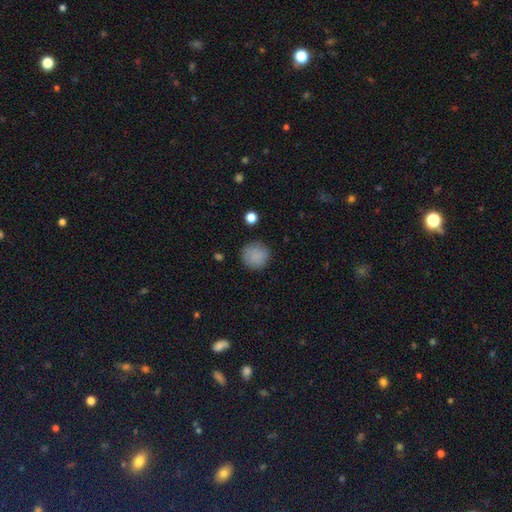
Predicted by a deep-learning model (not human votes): Smooth or featured?
  - smooth: 86% *
  - star or artifact: 9%
  - featured or disk: 5%
How rounded?
  - round: 92% *
  - in between: 7%
  - cigar-shaped: 1%
Merging?
  - none: 85% *
  - minor disturbance: 10%
  - major disturbance: 3%
  - merger: 2%